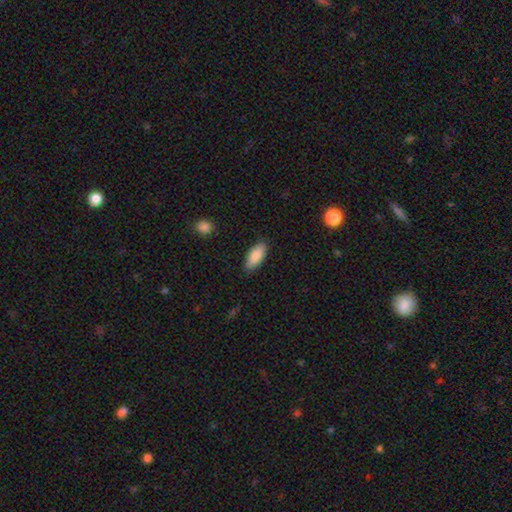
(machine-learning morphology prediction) Smooth or featured: smooth — 88% (star or artifact — 6%)
How rounded: in between — 86% (cigar-shaped — 12%)
Merging: none — 86% (minor disturbance — 11%)